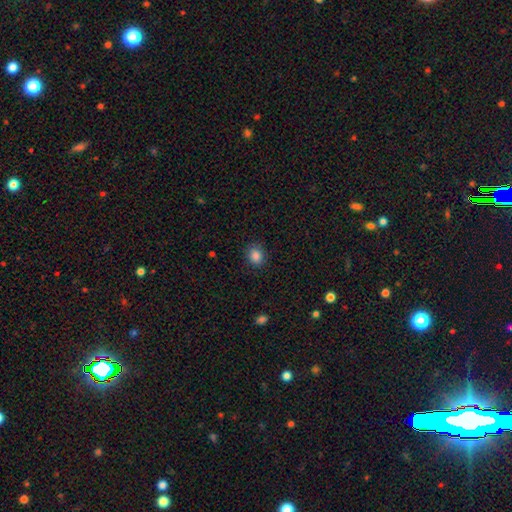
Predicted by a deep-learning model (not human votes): The model was most divided on "how rounded": round: 59%, in between: 40%, cigar-shaped: 1%. More confident: smooth or featured — smooth (86%); merging — none (83%).